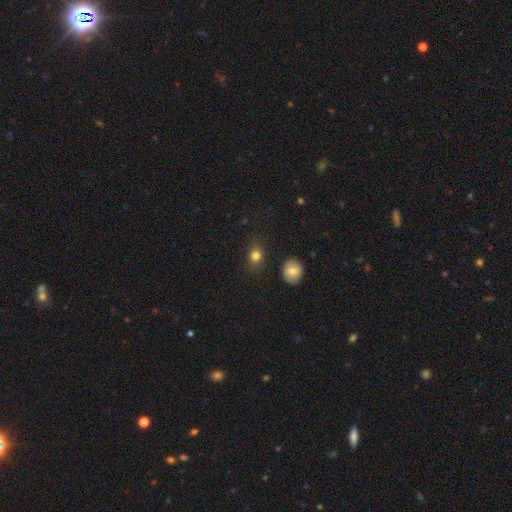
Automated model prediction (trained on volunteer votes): This appears to be a smooth galaxy with no disk features (81%) that is in between round and cigar-shaped (51%). Merging: none (83%).